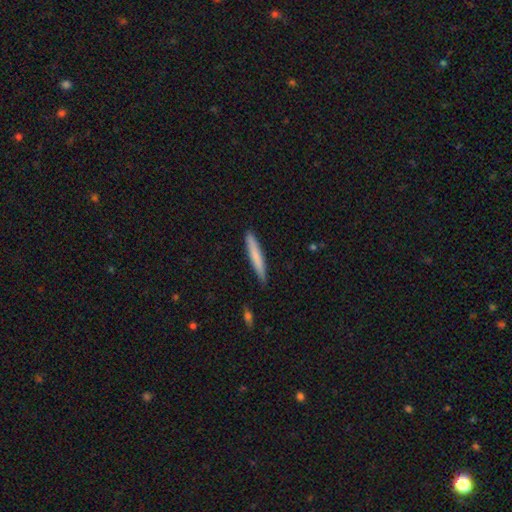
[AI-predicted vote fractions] smooth-or-featured: smooth: 74% | featured or disk: 20% | star or artifact: 5%
  how-rounded: cigar-shaped: 95% | in between: 4% | round: 1%
  merging: none: 87% | minor disturbance: 11% | major disturbance: 2% | merger: 1%